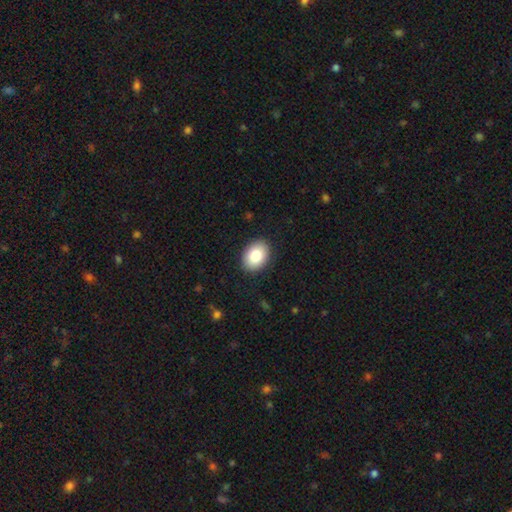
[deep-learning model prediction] Overall: smooth (84%). How rounded: in between (77%). Merging: none (89%).